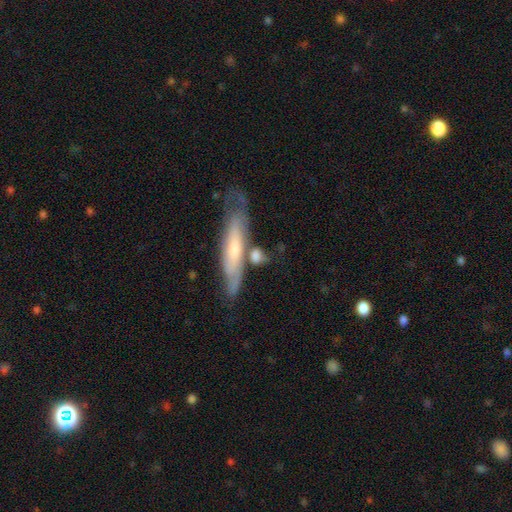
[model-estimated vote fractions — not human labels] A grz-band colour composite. It shows a smooth galaxy with no disk features (59%) that is cigar-shaped (59%). Merging: none (54%).